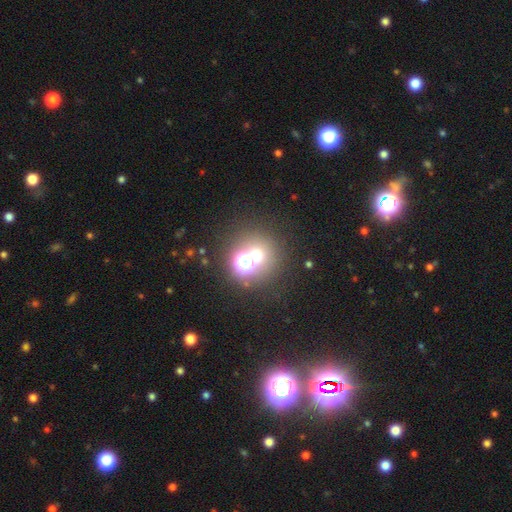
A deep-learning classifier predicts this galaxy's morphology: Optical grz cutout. It shows a smooth galaxy with no disk features (49%). Merging: none (59%).